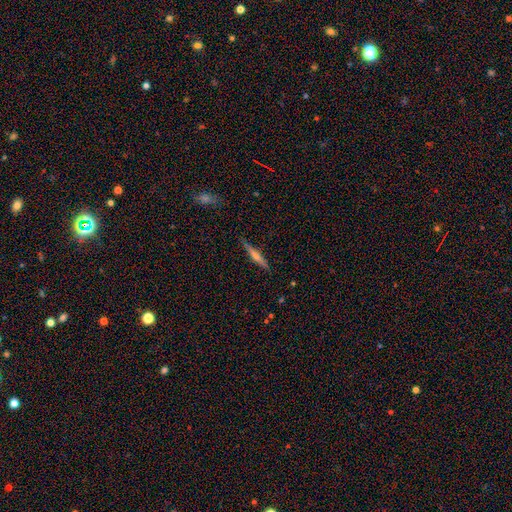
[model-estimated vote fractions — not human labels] smooth_or_featured: featured or disk (p=0.64) [alt: smooth p=0.29]
disk_edge_on: yes (p=0.97) [alt: no p=0.03]
edge_on_bulge: rounded (p=0.80) [alt: none p=0.13]
merging: none (p=0.88) [alt: minor disturbance p=0.09]